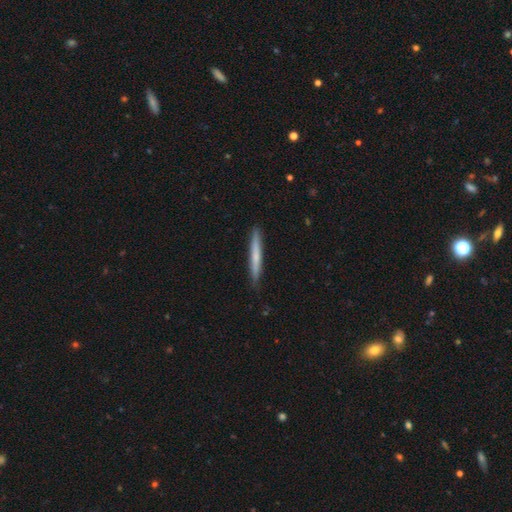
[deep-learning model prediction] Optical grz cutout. It shows a smooth galaxy with no disk features (60%) that is cigar-shaped (96%). Merging: none (89%).